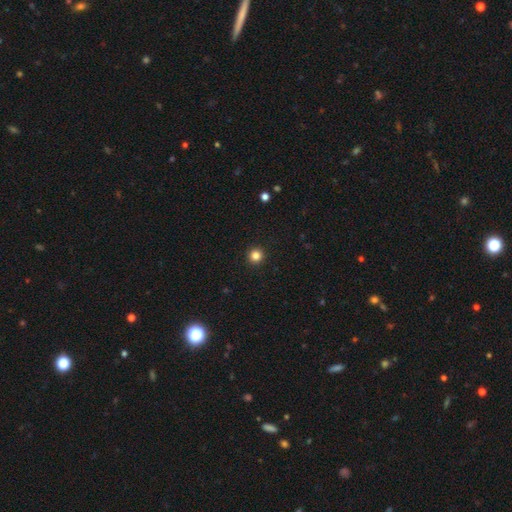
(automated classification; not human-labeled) This appears to be a smooth galaxy with no disk features (84%) that is round (96%). Merging: none (94%).